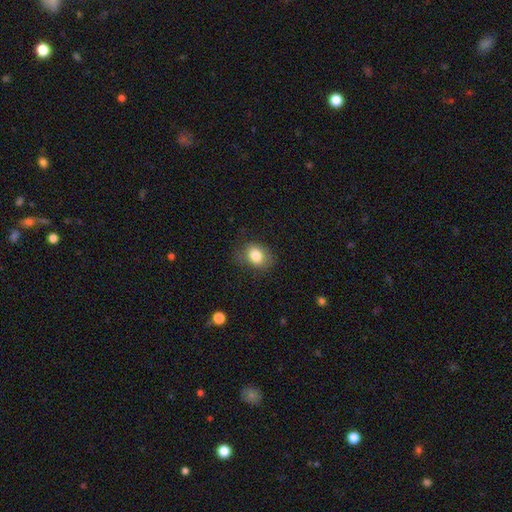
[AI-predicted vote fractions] smooth 82%, star or artifact 9%, featured or disk 9%. Down the decision tree: how rounded — in between (58%); merging — none (70%).